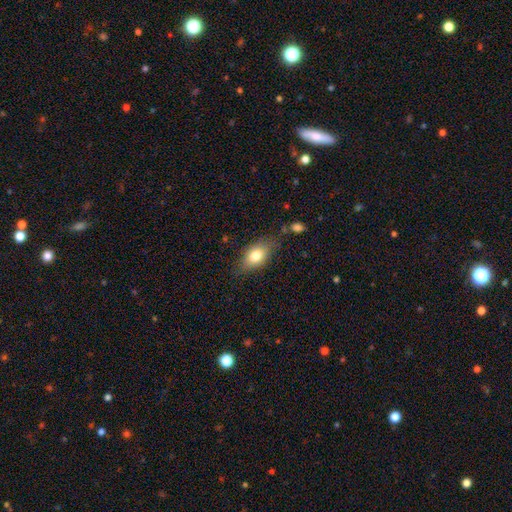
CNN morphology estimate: This is likely a smooth galaxy (78%). How rounded: clearly in between (83%). Merging: likely none (72%).